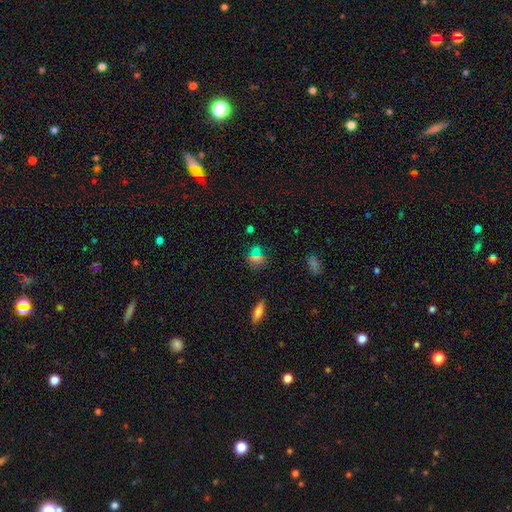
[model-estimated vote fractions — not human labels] smooth-or-featured: smooth: 57% | star or artifact: 32% | featured or disk: 11%
  how-rounded: round: 63% | in between: 30% | cigar-shaped: 6%
  merging: none: 72% | minor disturbance: 12% | merger: 10% | major disturbance: 5%